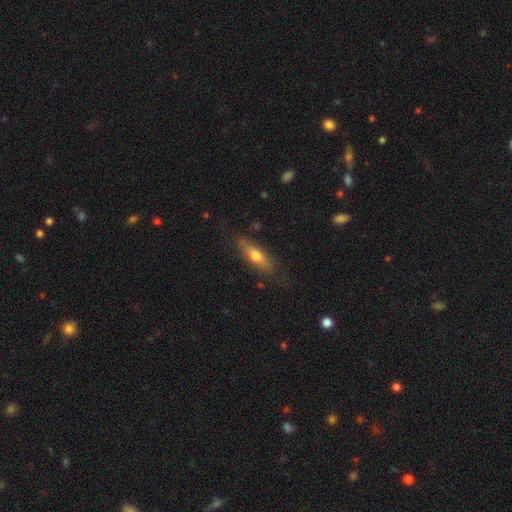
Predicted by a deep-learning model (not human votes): This is likely a smooth galaxy (63%). How rounded: possibly in between (54%). Merging: likely none (75%).